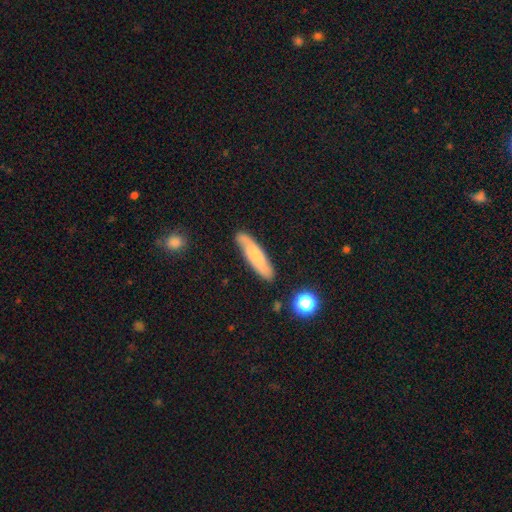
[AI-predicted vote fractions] Smooth or featured?
  - smooth: 54% *
  - featured or disk: 39%
  - star or artifact: 7%
How rounded?
  - cigar-shaped: 78% *
  - in between: 20%
  - round: 2%
Merging?
  - none: 80% *
  - minor disturbance: 14%
  - major disturbance: 3%
  - merger: 3%